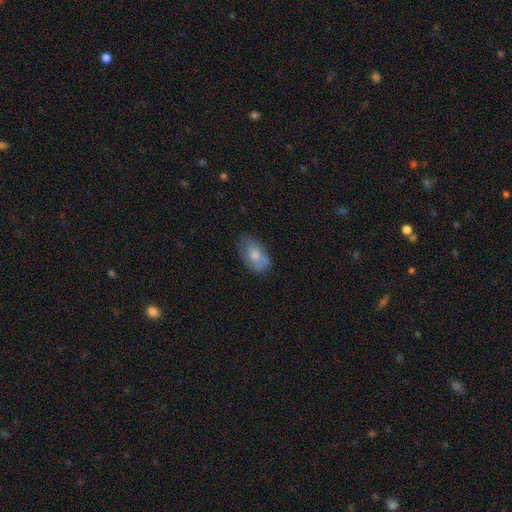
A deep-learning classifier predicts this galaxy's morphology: Smooth or featured? Predicted: smooth (p=0.67). How rounded? Predicted: in between (p=0.90). Merging? Predicted: none (p=0.56).